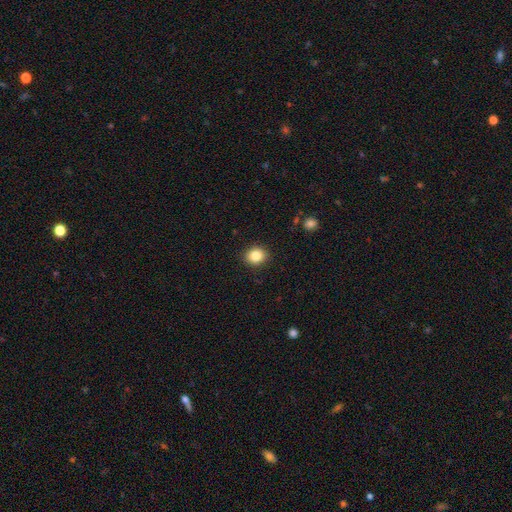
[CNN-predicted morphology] Smooth or featured: smooth — 85% (star or artifact — 10%)
How rounded: round — 67% (in between — 32%)
Merging: none — 90% (minor disturbance — 7%)